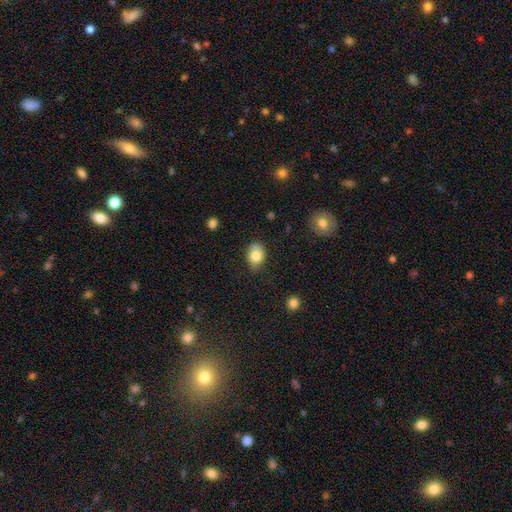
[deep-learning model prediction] Smooth or featured: smooth — 81% (featured or disk — 10%)
How rounded: in between — 64% (round — 35%)
Merging: none — 65% (minor disturbance — 27%)